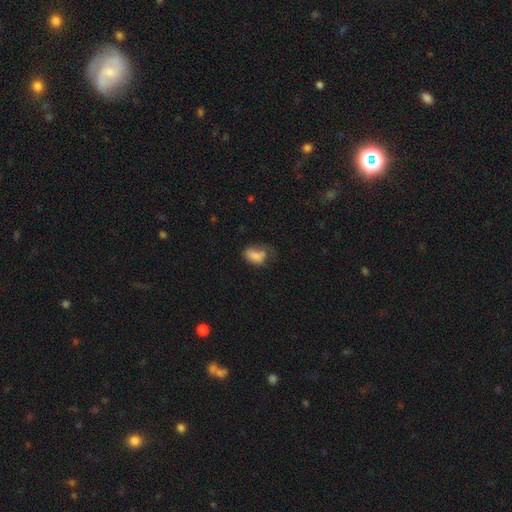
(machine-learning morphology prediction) Smooth or featured?
  - smooth: 77% *
  - featured or disk: 13%
  - star or artifact: 10%
How rounded?
  - in between: 86% *
  - round: 12%
  - cigar-shaped: 2%
Merging?
  - none: 35% *
  - minor disturbance: 30%
  - major disturbance: 24%
  - merger: 11%